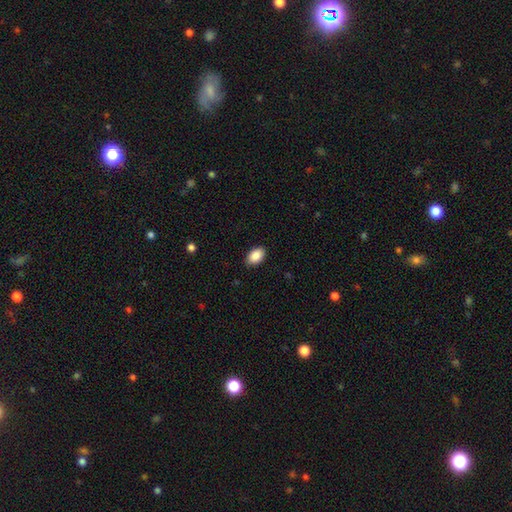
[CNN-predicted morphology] Smooth or featured: smooth — 89% (star or artifact — 7%)
How rounded: in between — 91% (round — 8%)
Merging: none — 87% (minor disturbance — 10%)